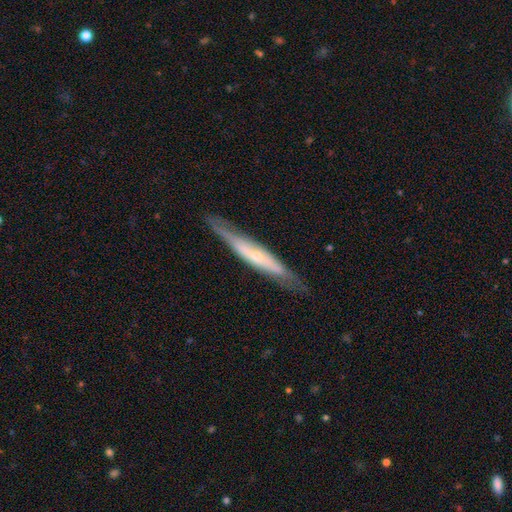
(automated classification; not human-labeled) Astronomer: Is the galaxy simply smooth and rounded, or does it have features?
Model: featured or disk — 64%.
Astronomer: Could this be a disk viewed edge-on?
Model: yes — 79%.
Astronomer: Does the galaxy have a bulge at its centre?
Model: rounded — 62%.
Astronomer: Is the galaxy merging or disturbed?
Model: none — 81%.